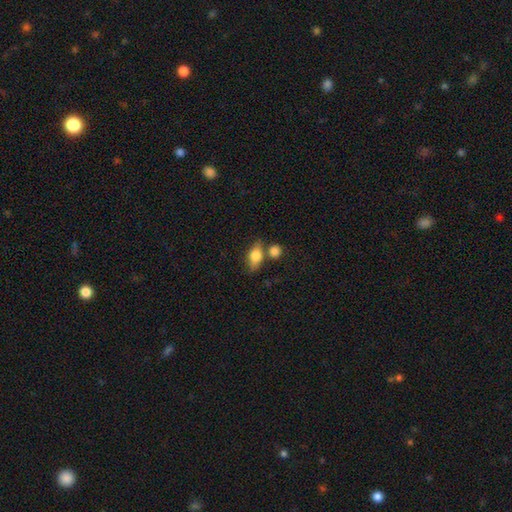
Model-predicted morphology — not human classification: The model was most divided on "merging": none: 58%, merger: 21%, minor disturbance: 16%, major disturbance: 5%. More confident: smooth or featured — smooth (76%); how rounded — in between (76%).